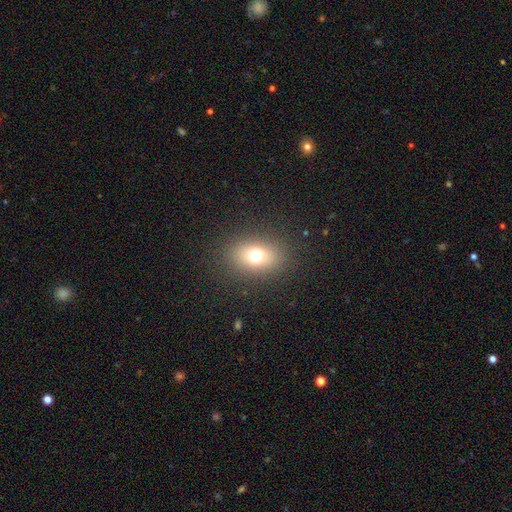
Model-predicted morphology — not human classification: type=smooth (68%); roundness=in between (56%); merging=none (86%).